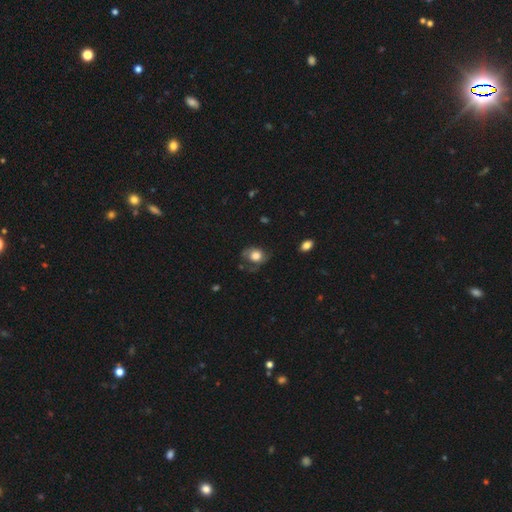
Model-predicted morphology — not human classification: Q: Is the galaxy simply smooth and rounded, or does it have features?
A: smooth — 67%.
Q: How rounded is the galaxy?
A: round — 55%.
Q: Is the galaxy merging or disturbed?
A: none — 47%.